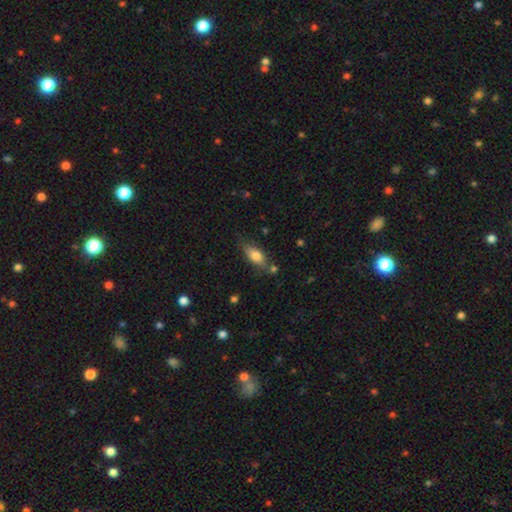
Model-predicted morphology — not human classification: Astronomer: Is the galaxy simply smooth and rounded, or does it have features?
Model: smooth — 76%.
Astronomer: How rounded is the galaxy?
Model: in between — 81%.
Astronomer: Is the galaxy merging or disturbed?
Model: none — 66%.